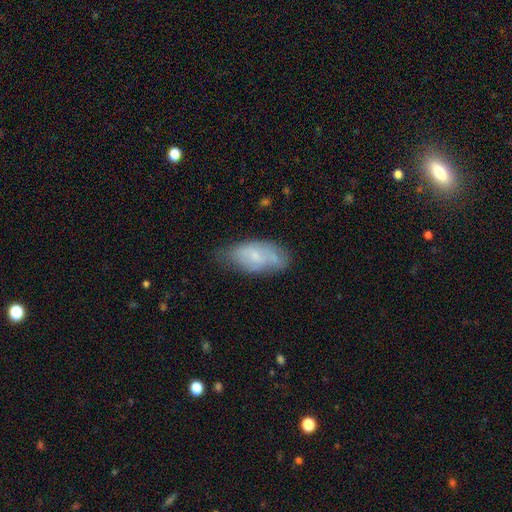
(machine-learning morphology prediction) smooth 61%, featured or disk 32%, star or artifact 8%. Down the decision tree: how rounded — in between (90%); merging — none (52%).